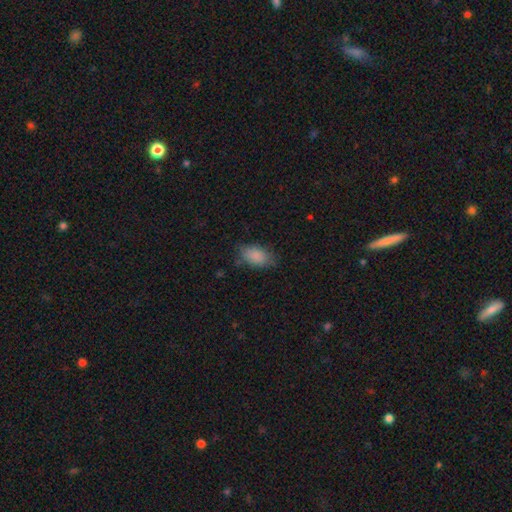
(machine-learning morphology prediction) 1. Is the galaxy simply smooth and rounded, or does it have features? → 86% smooth, 8% star or artifact, 6% featured or disk.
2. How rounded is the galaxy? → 90% in between, 7% round, 2% cigar-shaped.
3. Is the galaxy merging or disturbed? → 71% none, 22% minor disturbance, 6% major disturbance, 2% merger.